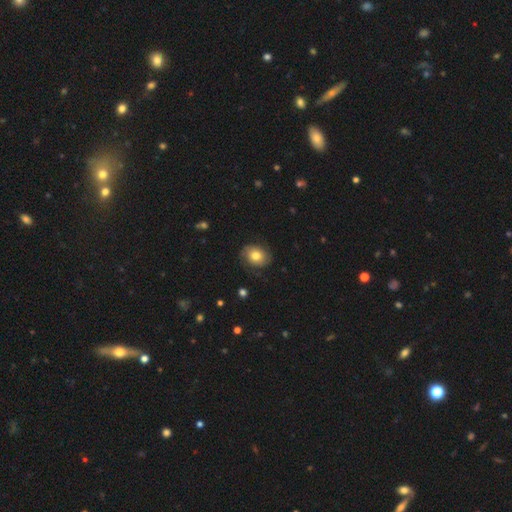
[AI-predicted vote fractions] smooth-or-featured: smooth: 56% | featured or disk: 35% | star or artifact: 9%
  how-rounded: in between: 51% | round: 48% | cigar-shaped: 1%
  merging: none: 77% | minor disturbance: 16% | major disturbance: 6% | merger: 1%